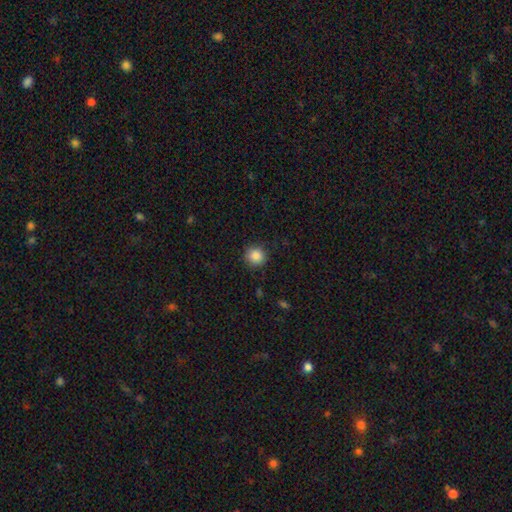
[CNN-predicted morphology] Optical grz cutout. It shows a smooth galaxy with no disk features (87%) that is round (92%). Merging: none (89%).